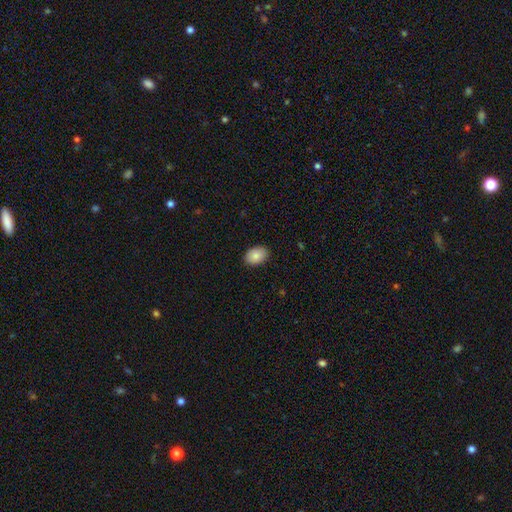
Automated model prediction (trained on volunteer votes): Smooth or featured?
  - smooth: 87% *
  - star or artifact: 7%
  - featured or disk: 6%
How rounded?
  - in between: 84% *
  - round: 15%
  - cigar-shaped: 1%
Merging?
  - none: 89% *
  - minor disturbance: 9%
  - major disturbance: 2%
  - merger: 1%